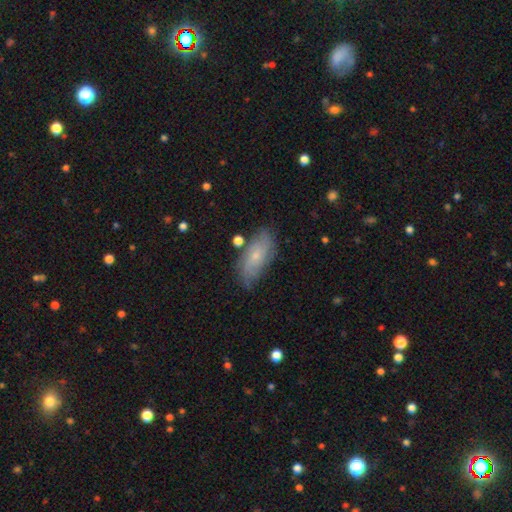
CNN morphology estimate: Smooth or featured? smooth (47%)
Merging? none (71%)